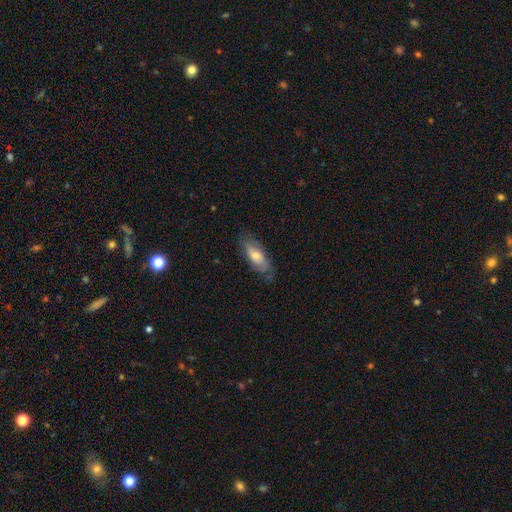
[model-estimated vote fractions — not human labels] Smooth or featured?
  - smooth: 48% *
  - featured or disk: 45%
  - star or artifact: 7%
Merging?
  - none: 72% *
  - minor disturbance: 21%
  - major disturbance: 6%
  - merger: 1%